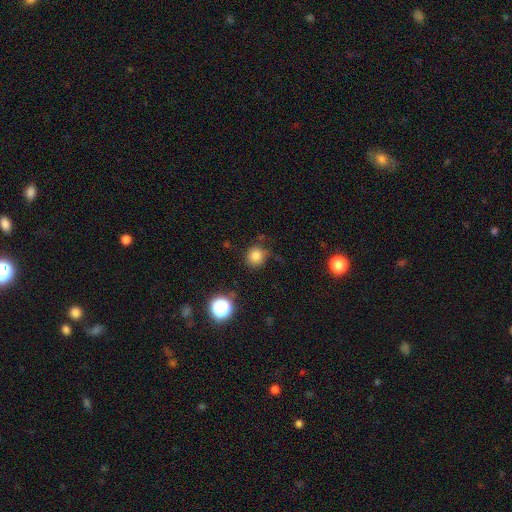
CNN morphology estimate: Overall: smooth (81%). How rounded: round (86%). Merging: none (79%).